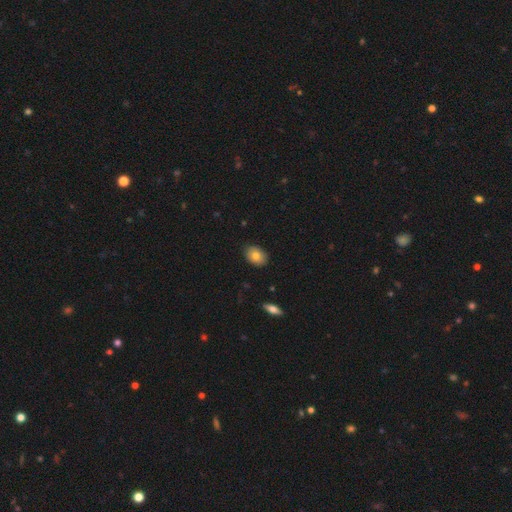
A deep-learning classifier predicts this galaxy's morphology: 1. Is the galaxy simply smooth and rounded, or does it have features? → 79% smooth, 13% featured or disk, 8% star or artifact.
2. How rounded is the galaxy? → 74% in between, 25% round, 1% cigar-shaped.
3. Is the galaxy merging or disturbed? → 88% none, 9% minor disturbance, 2% major disturbance, 1% merger.